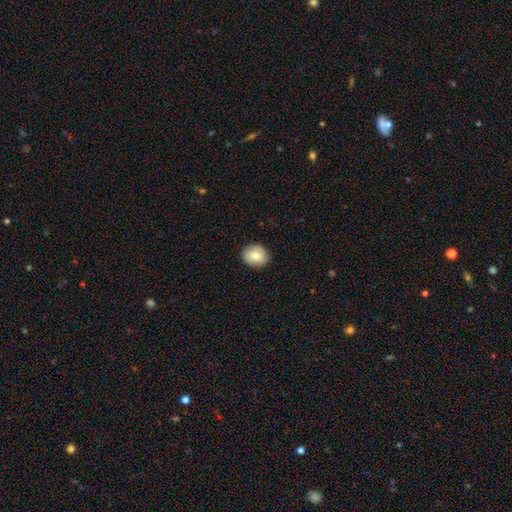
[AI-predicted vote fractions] A smooth galaxy with no disk features (77%) that is round (66%). Merging: none (87%).